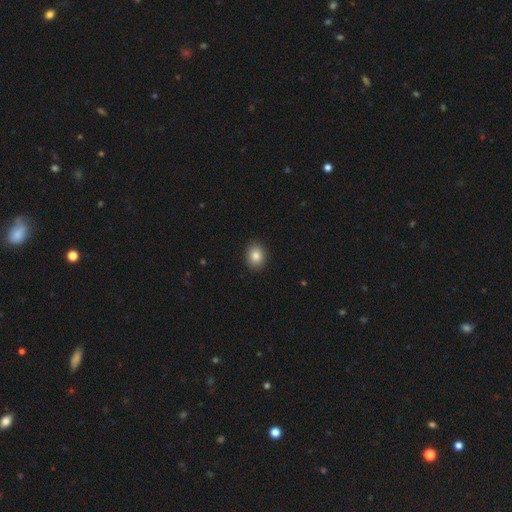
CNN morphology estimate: Smooth or featured? smooth (84%)
How rounded? round (52%)
Merging? none (91%)